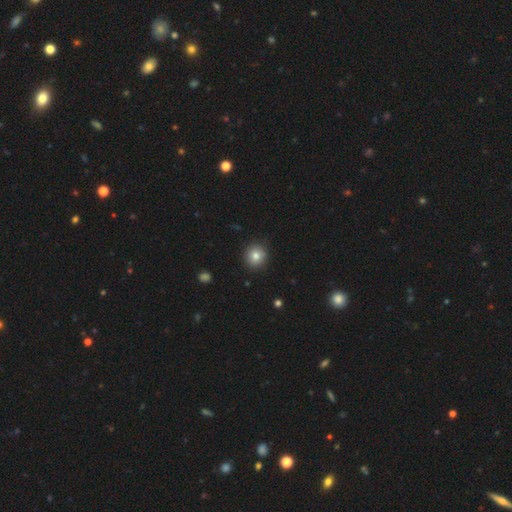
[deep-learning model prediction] smooth_or_featured: smooth (p=0.80) [alt: star or artifact p=0.11]
how_rounded: round (p=0.91) [alt: in between p=0.08]
merging: none (p=0.91) [alt: minor disturbance p=0.07]